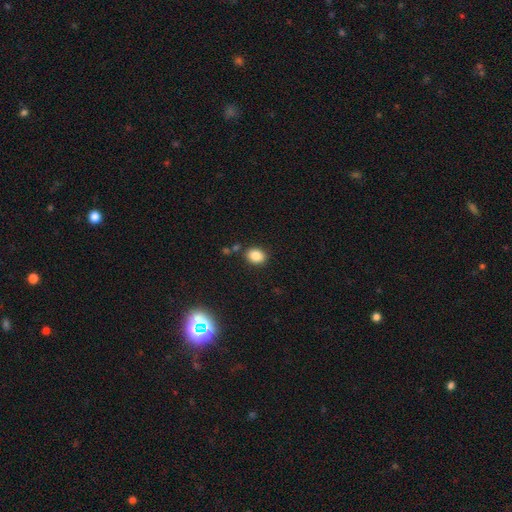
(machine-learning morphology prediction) type=smooth (84%); roundness=in between (56%); merging=none (83%).